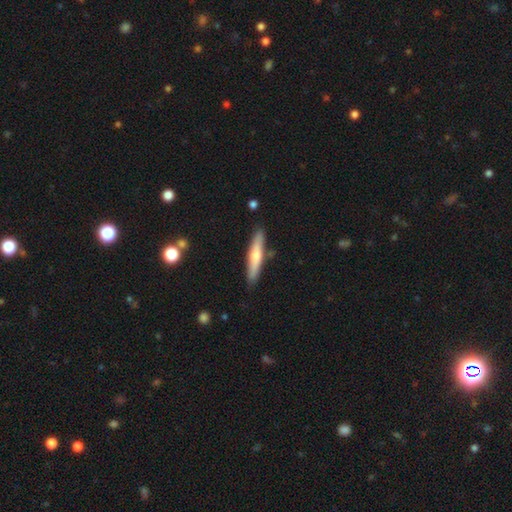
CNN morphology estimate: A smooth galaxy with no disk features (51%) that is cigar-shaped (87%). Merging: none (86%).